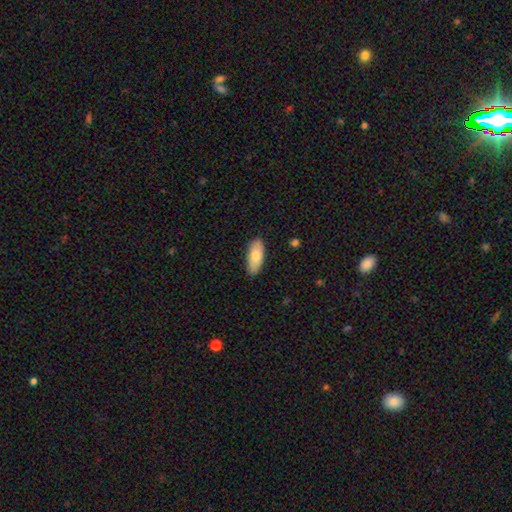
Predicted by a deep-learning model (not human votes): Smooth or featured: smooth — 77% (featured or disk — 17%)
How rounded: in between — 82% (cigar-shaped — 15%)
Merging: none — 86% (minor disturbance — 11%)